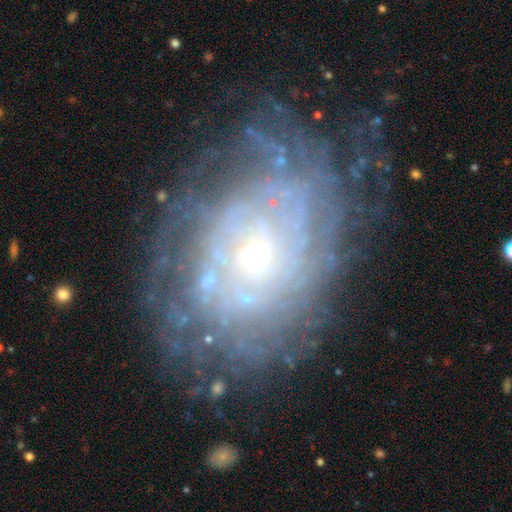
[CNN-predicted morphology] smooth_or_featured: featured or disk (p=0.82) [alt: smooth p=0.11]
disk_edge_on: no (p=0.96) [alt: yes p=0.04]
bar: no (p=0.80) [alt: weak p=0.16]
has_spiral_arms: yes (p=0.87) [alt: no p=0.13]
spiral_winding: tight (p=0.76) [alt: medium p=0.18]
spiral_arm_count: can't tell (p=0.53) [alt: more than 4 p=0.15]
bulge_size: small (p=0.68) [alt: moderate p=0.27]
merging: none (p=0.69) [alt: minor disturbance p=0.19]